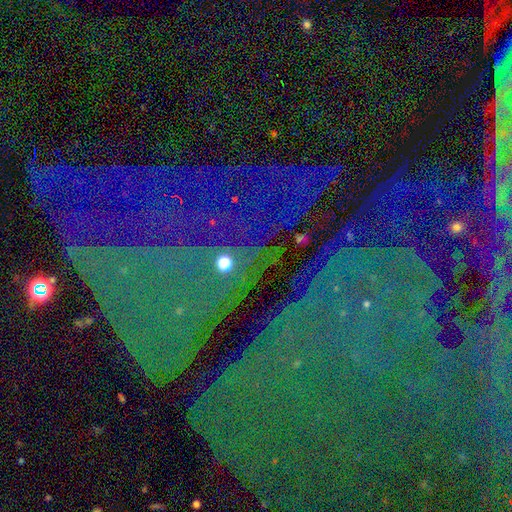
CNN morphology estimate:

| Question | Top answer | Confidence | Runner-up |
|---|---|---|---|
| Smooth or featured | star or artifact | 81% | featured or disk (10%) |